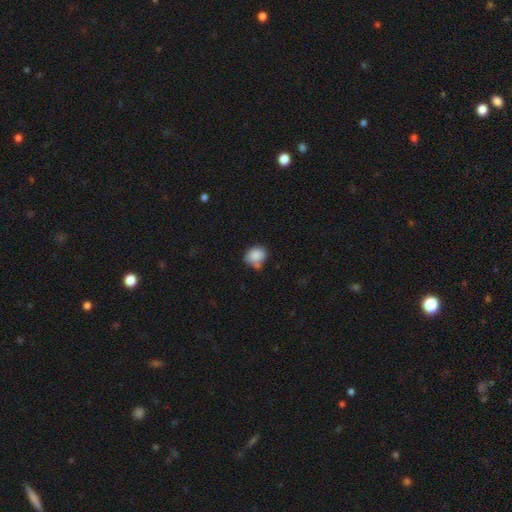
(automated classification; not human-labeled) smooth 86%, star or artifact 8%, featured or disk 5%. Down the decision tree: how rounded — round (70%); merging — none (54%).